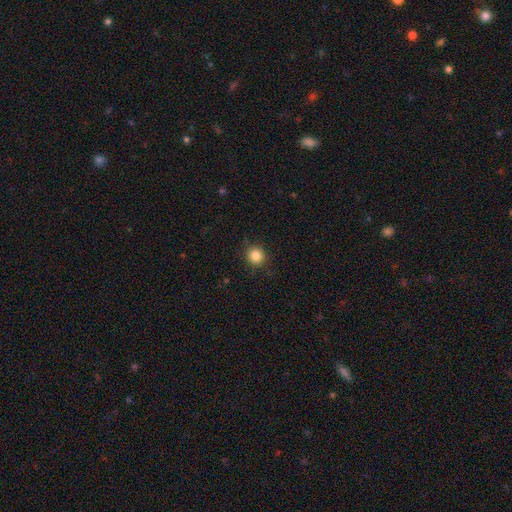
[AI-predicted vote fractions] The model was most divided on "smooth or featured": smooth: 85%, star or artifact: 11%, featured or disk: 4%. More confident: how rounded — round (91%); merging — none (89%).